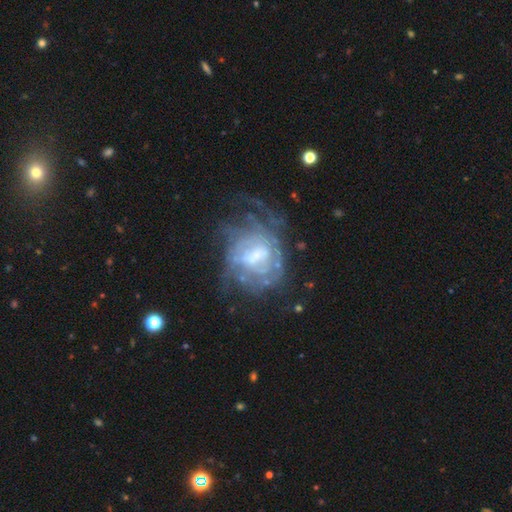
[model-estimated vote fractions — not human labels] The model was most divided on "bar": no: 44%, weak: 43%, strong: 13%. Remaining: edge-on disk — no (97%); smooth or featured — featured or disk (75%); spiral arms — yes (65%); merging — none (44%); bulge size — moderate (36%).